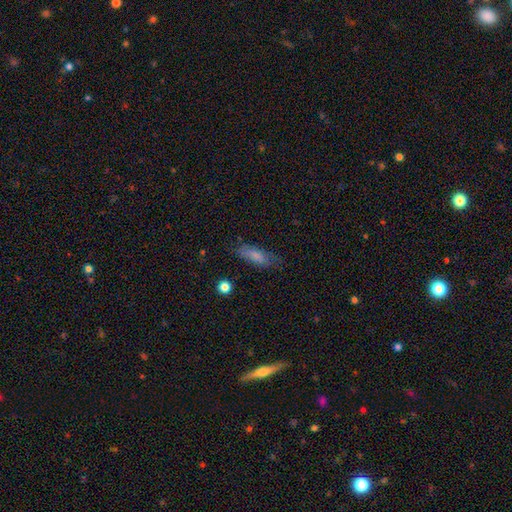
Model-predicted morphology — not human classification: Overall: smooth (78%). How rounded: in between (60%; cigar-shaped 38%). Merging: none (70%).